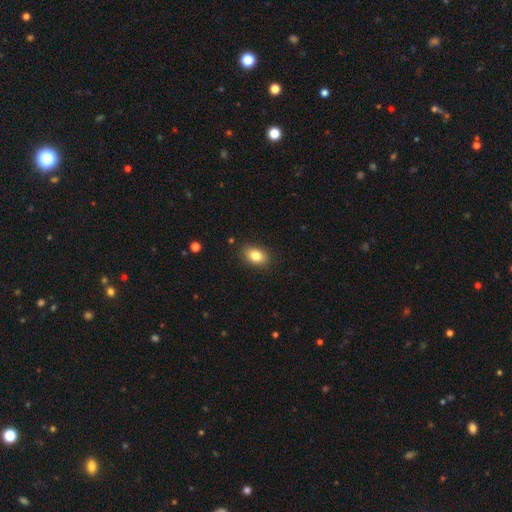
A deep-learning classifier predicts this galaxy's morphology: Smooth or featured? Predicted: smooth (p=0.84). How rounded? Predicted: in between (p=0.85). Merging? Predicted: none (p=0.87).